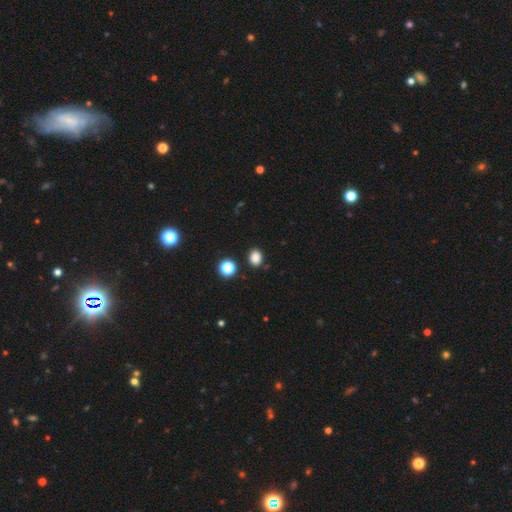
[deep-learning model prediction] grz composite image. It shows a smooth galaxy with no disk features (84%) that is in between round and cigar-shaped (53%). Merging: none (86%).